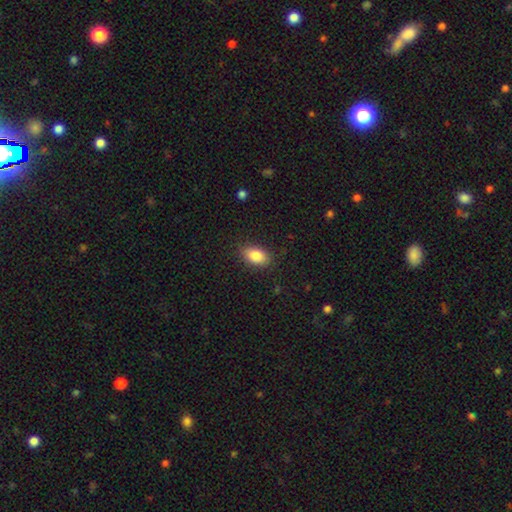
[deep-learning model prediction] This is clearly a smooth galaxy (85%). How rounded: clearly in between (88%). Merging: clearly none (85%).